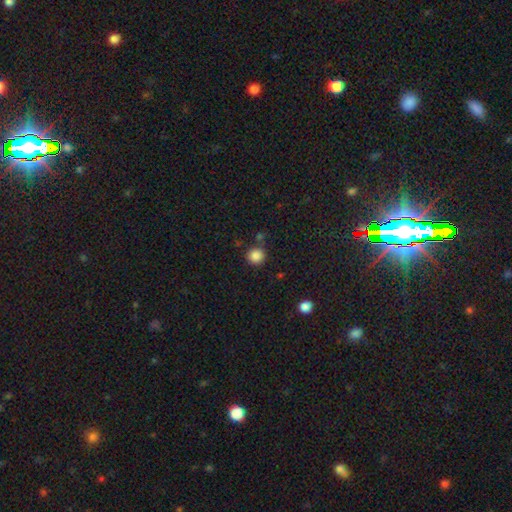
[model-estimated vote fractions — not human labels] smooth-or-featured: smooth: 86% | star or artifact: 11% | featured or disk: 3%
  how-rounded: round: 93% | in between: 6% | cigar-shaped: 1%
  merging: none: 80% | minor disturbance: 9% | merger: 8% | major disturbance: 3%